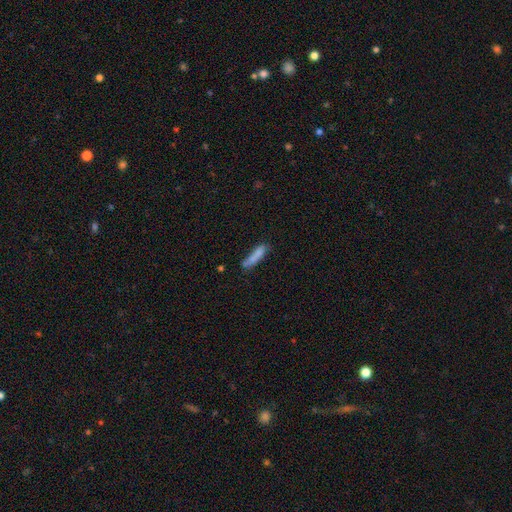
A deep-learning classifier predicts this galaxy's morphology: Q: Smooth or featured?
A: smooth (79%); runner-up: featured or disk (13%)
Q: How rounded?
A: cigar-shaped (81%); runner-up: in between (17%)
Q: Merging?
A: none (57%); runner-up: minor disturbance (25%)